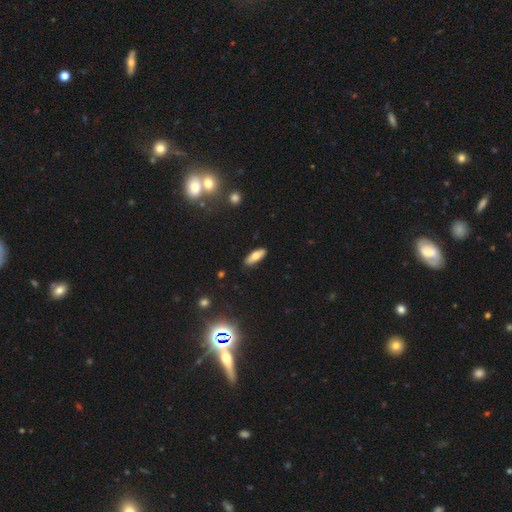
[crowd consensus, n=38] smooth 66%, featured or disk 26%, star or artifact 8%. Down the decision tree: how rounded — in between (76%); merging — none (97%).